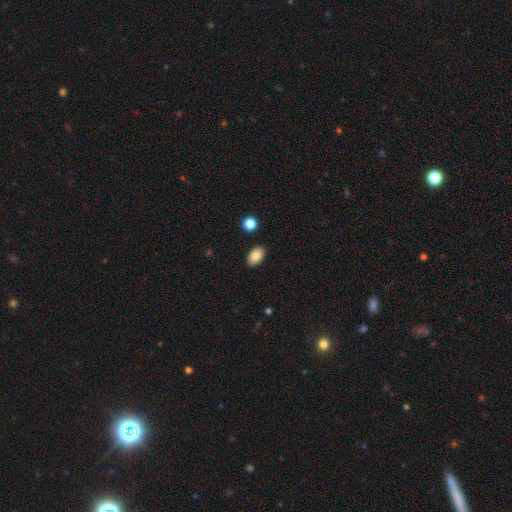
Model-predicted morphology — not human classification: Smooth or featured? Predicted: smooth (p=0.85). How rounded? Predicted: in between (p=0.90). Merging? Predicted: none (p=0.88).